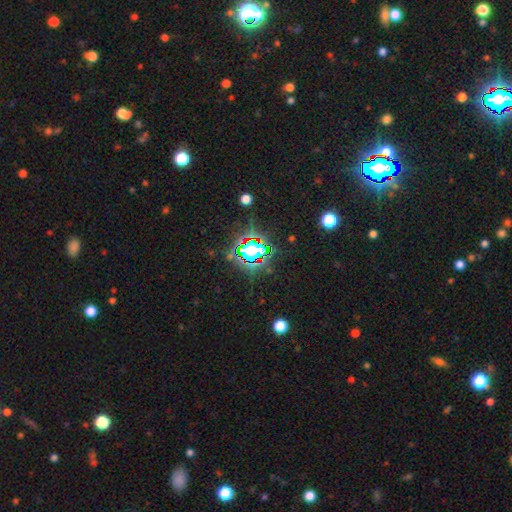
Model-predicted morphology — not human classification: This appears to be a star or artifact, not a galaxy (70%).